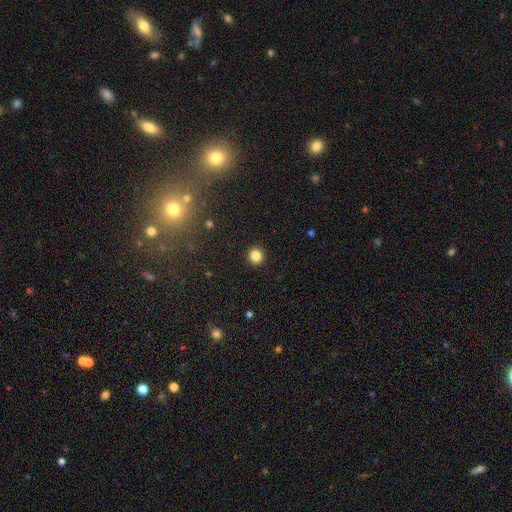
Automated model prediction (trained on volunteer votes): Smooth or featured? Predicted: smooth (p=0.84). How rounded? Predicted: round (p=0.92). Merging? Predicted: none (p=0.93).